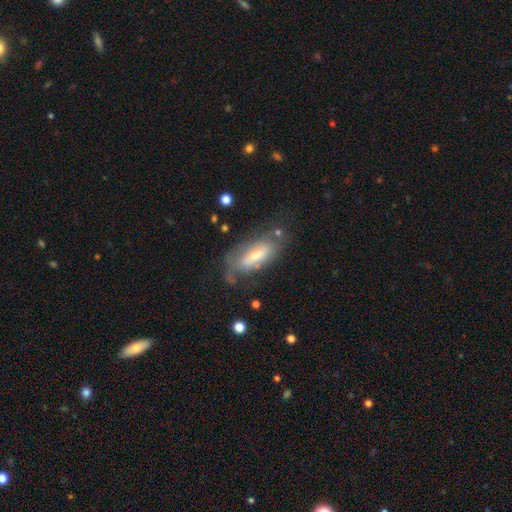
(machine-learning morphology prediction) A smooth galaxy with no disk features (51%) that is in between round and cigar-shaped (68%). Merging: none (54%).